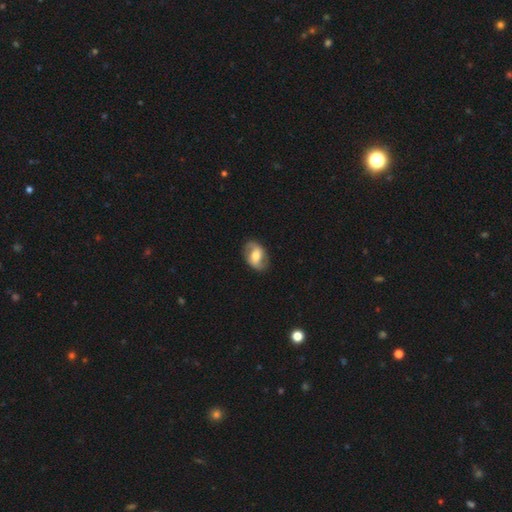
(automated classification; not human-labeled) Smooth or featured? Predicted: featured or disk (p=0.63). Edge-on disk? Predicted: no (p=0.95). Bar? Predicted: weak (p=0.41). Spiral arms? Predicted: yes (p=0.82). Bulge size? Predicted: moderate (p=0.64). Merging? Predicted: none (p=0.82).